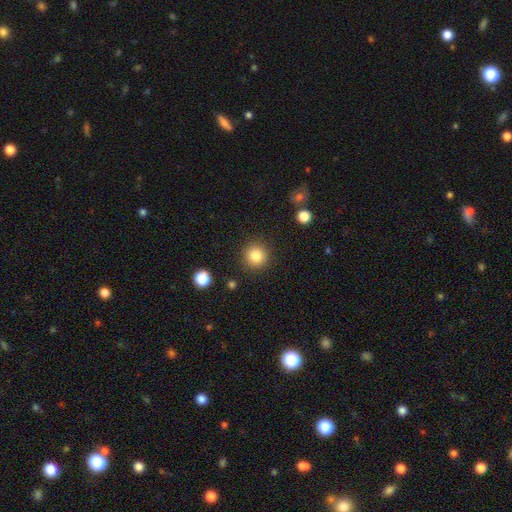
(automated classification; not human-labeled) smooth-or-featured: smooth: 84% | star or artifact: 10% | featured or disk: 5%
  how-rounded: round: 94% | in between: 5% | cigar-shaped: 1%
  merging: none: 89% | minor disturbance: 6% | major disturbance: 3% | merger: 2%